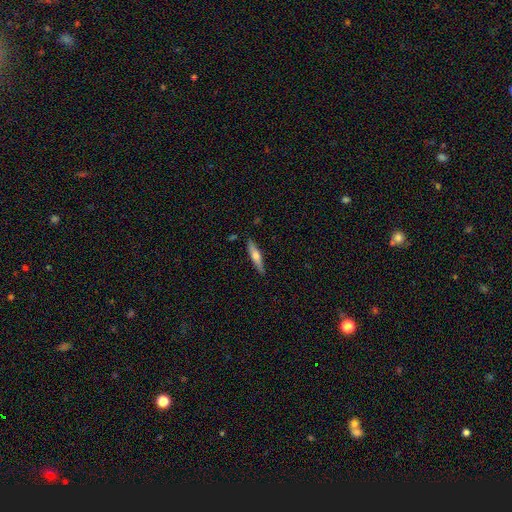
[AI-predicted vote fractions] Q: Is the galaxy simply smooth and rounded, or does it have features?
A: smooth — 50%.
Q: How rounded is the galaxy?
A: cigar-shaped — 84%.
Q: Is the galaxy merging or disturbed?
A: none — 87%.